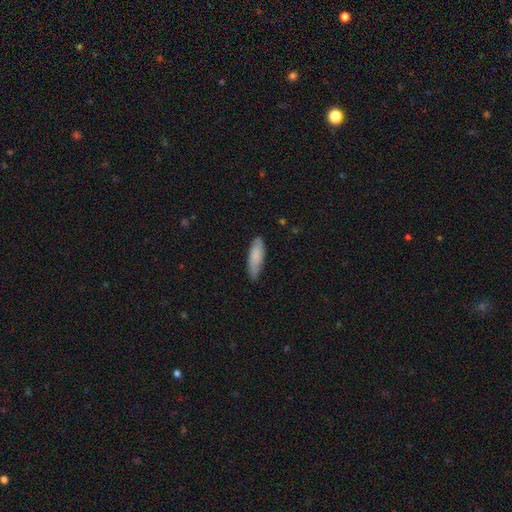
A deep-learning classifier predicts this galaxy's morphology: This is likely a smooth galaxy (76%). How rounded: possibly in between (50%). Merging: likely none (72%).